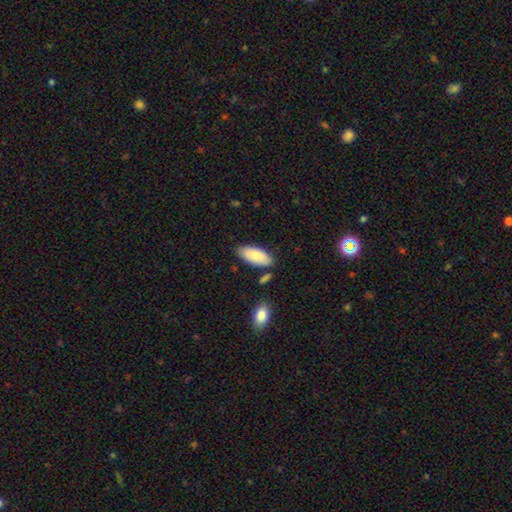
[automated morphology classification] A smooth galaxy with no disk features (86%) that is in between round and cigar-shaped (88%).

Vote fractions:
- Smooth or featured? smooth: 86% / featured or disk: 8% / star or artifact: 6%
- How rounded? in between: 88% / cigar-shaped: 10% / round: 2%
- Merging? none: 79% / minor disturbance: 14% / merger: 5% / major disturbance: 3%